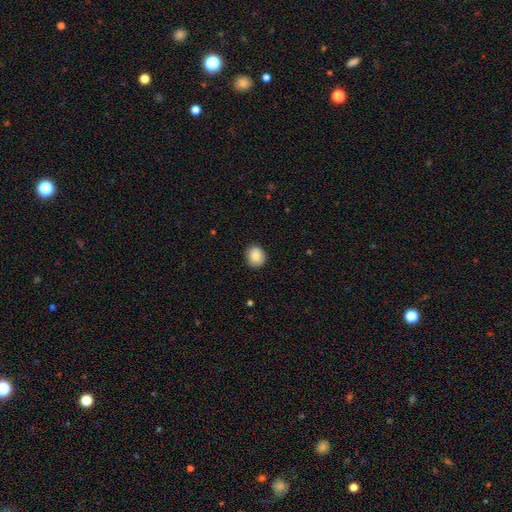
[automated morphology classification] Smooth or featured?
  - smooth: 84% *
  - star or artifact: 8%
  - featured or disk: 7%
How rounded?
  - round: 76% *
  - in between: 24%
  - cigar-shaped: 1%
Merging?
  - none: 89% *
  - minor disturbance: 8%
  - major disturbance: 2%
  - merger: 1%